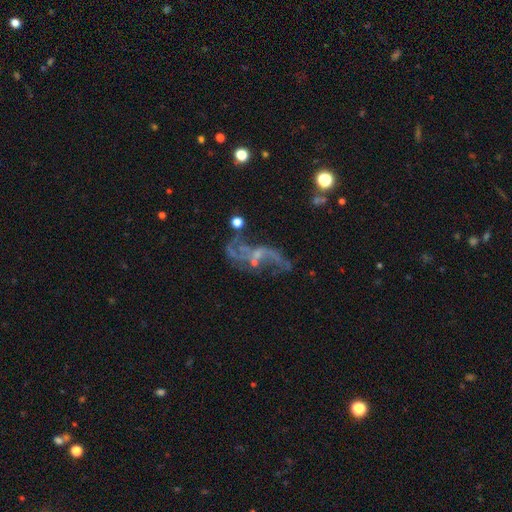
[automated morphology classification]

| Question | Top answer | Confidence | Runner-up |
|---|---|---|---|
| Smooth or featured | featured or disk | 71% | star or artifact (18%) |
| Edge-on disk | no | 93% | yes (7%) |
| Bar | no | 54% | weak (34%) |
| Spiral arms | yes | 70% | no (30%) |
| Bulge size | small | 44% | none (43%) |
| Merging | none | 42% | major disturbance (29%) |